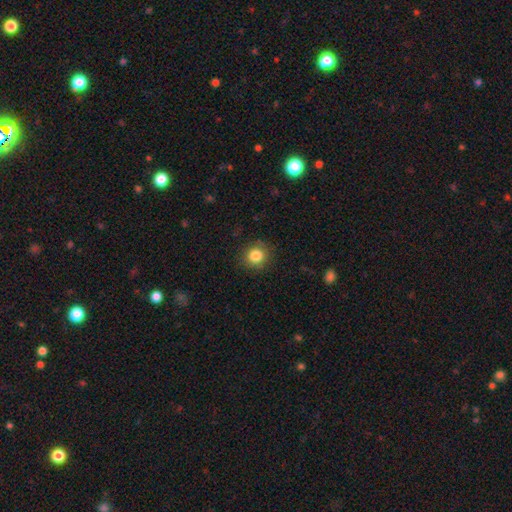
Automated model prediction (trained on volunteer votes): smooth-or-featured: smooth: 84% | star or artifact: 10% | featured or disk: 5%
  how-rounded: round: 90% | in between: 9% | cigar-shaped: 1%
  merging: none: 87% | minor disturbance: 9% | major disturbance: 3% | merger: 1%